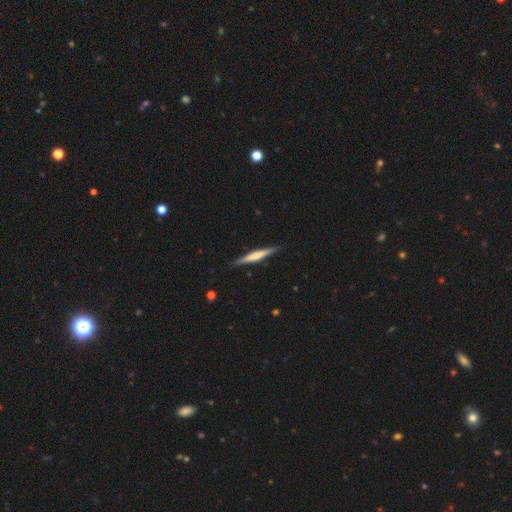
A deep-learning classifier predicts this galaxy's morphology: Smooth or featured: featured or disk — 53% (smooth — 42%)
Edge-on disk: yes — 97% (no — 3%)
Edge-on bulge: rounded — 42% (none — 39%)
Merging: none — 89% (minor disturbance — 9%)